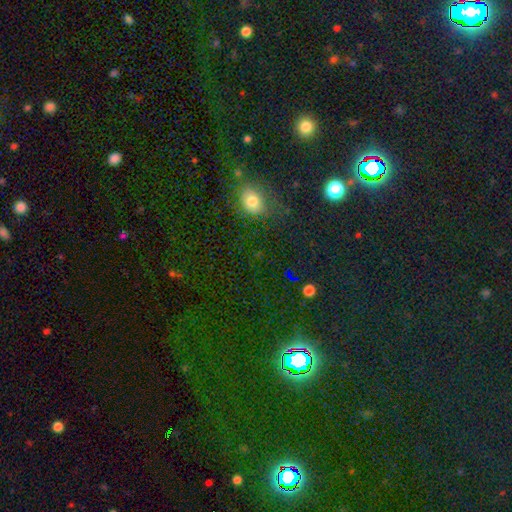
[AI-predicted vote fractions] star or artifact 51%, smooth 40%, featured or disk 8%.